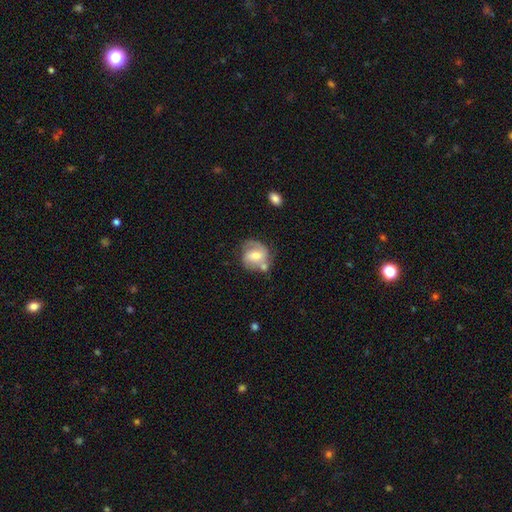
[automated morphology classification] This is possibly a featured or disk galaxy (59%). It is clearly not viewed edge-on (97%). Bar: possibly weak (45%). Spiral arm pattern: clearly yes (83%). Central bulge: likely moderate (63%). Merging: possibly none (53%).